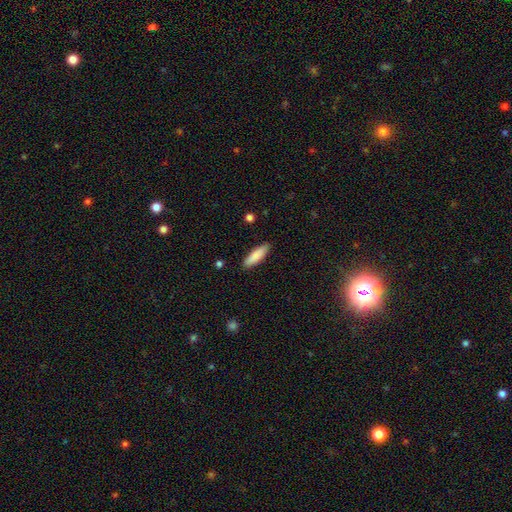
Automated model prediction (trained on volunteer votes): A smooth galaxy with no disk features (85%) that is cigar-shaped (60%). Merging: none (88%).